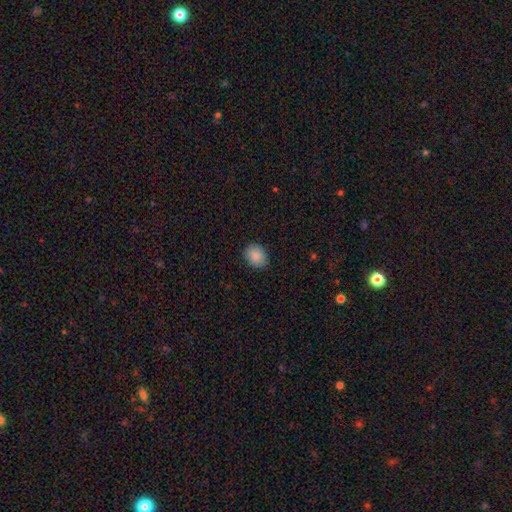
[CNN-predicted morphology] smooth_or_featured: smooth (p=0.88) [alt: star or artifact p=0.08]
how_rounded: in between (p=0.50) [alt: round p=0.49]
merging: none (p=0.88) [alt: minor disturbance p=0.09]